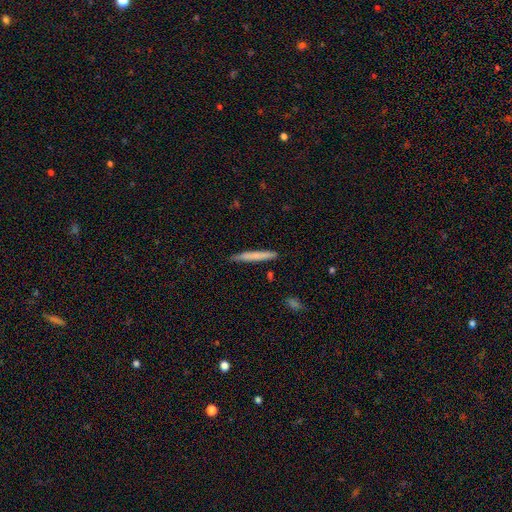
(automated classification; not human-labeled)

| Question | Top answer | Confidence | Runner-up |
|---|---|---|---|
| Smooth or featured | smooth | 72% | featured or disk (22%) |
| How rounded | cigar-shaped | 96% | in between (3%) |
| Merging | none | 88% | minor disturbance (9%) |